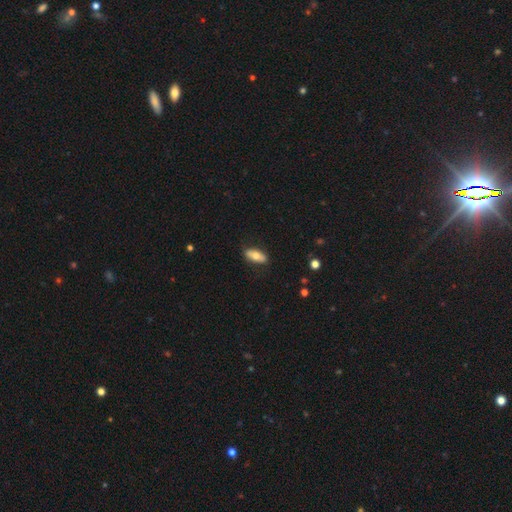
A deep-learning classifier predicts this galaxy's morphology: This appears to be a smooth galaxy with no disk features (69%) that is in between round and cigar-shaped (82%). Merging: none (83%).